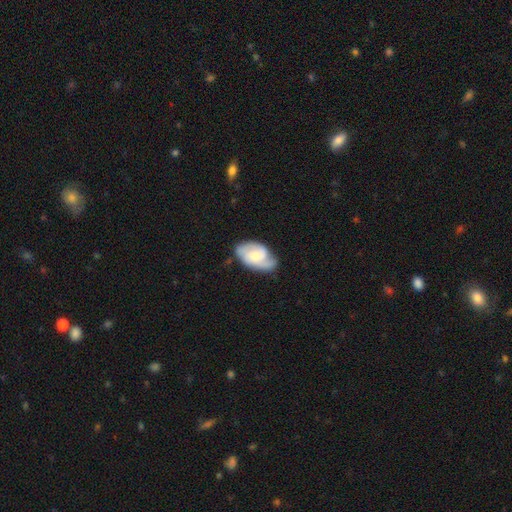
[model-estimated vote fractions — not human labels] Smooth or featured? featured or disk (70%)
Edge-on disk? no (96%)
Bar? no (62%)
Spiral arms? yes (93%)
Spiral winding? medium (46%)
Spiral arm count? 2 (58%)
Bulge size? moderate (49%)
Merging? none (63%)